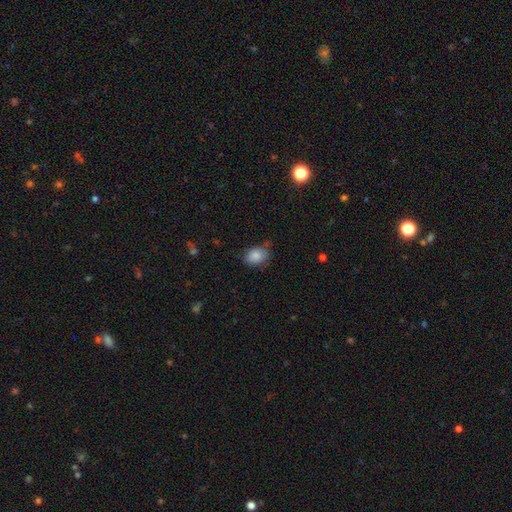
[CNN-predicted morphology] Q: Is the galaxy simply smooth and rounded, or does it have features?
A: smooth — 86%.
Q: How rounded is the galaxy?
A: in between — 68%.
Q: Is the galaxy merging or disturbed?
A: none — 67%.